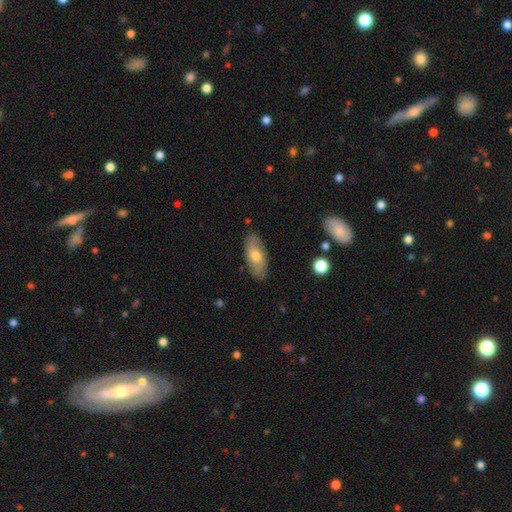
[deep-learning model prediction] A smooth galaxy with no disk features (61%) that is in between round and cigar-shaped (85%).

Vote fractions:
- Smooth or featured? smooth: 61% / featured or disk: 33% / star or artifact: 6%
- How rounded? in between: 85% / cigar-shaped: 12% / round: 3%
- Merging? none: 83% / minor disturbance: 13% / major disturbance: 2% / merger: 1%